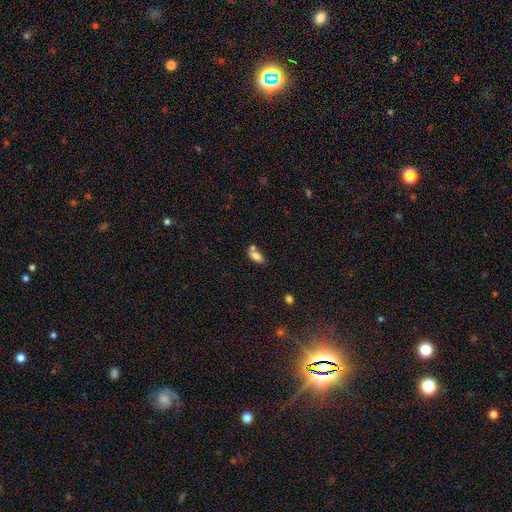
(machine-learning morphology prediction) Smooth or featured: smooth — 81% (featured or disk — 10%)
How rounded: in between — 88% (cigar-shaped — 7%)
Merging: none — 49% (merger — 33%)